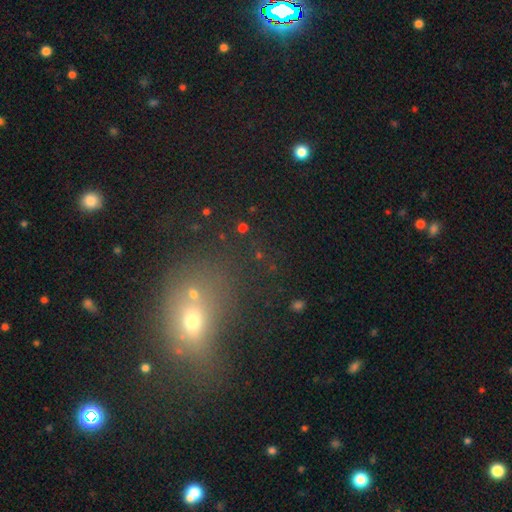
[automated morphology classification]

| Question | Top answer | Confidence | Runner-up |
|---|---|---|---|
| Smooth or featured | smooth | 45% | star or artifact (39%) |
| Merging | none | 45% | merger (27%) |